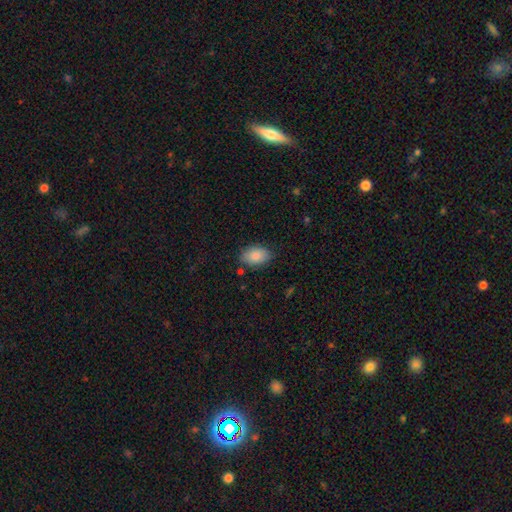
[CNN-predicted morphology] smooth 86%, featured or disk 7%, star or artifact 7%. Down the decision tree: how rounded — in between (87%); merging — none (81%).